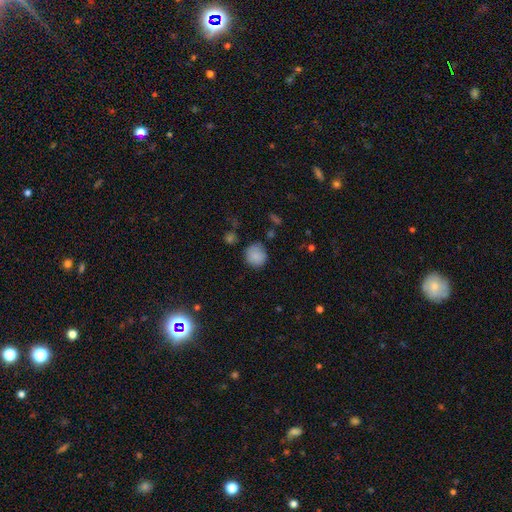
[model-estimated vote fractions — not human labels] Smooth or featured: smooth — 85% (star or artifact — 9%)
How rounded: round — 90% (in between — 9%)
Merging: none — 78% (minor disturbance — 16%)